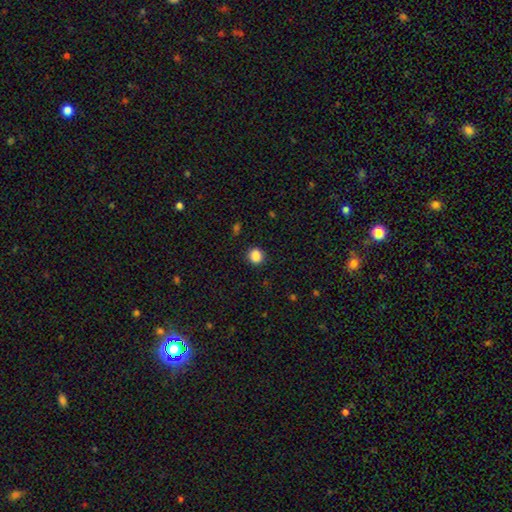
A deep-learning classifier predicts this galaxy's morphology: smooth_or_featured: smooth (p=0.86) [alt: star or artifact p=0.11]
how_rounded: round (p=0.85) [alt: in between p=0.14]
merging: none (p=0.90) [alt: minor disturbance p=0.07]